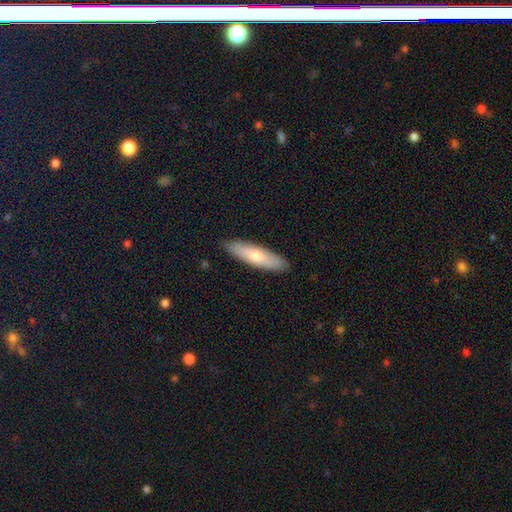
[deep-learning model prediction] A smooth galaxy with no disk features (72%) that is cigar-shaped (68%). Merging: none (89%).